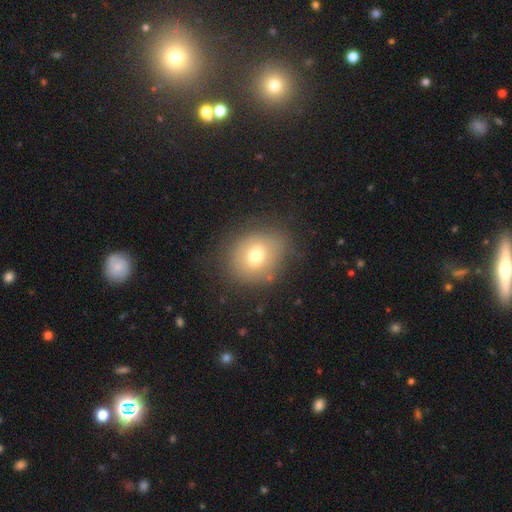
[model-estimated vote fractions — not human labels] smooth 68%, featured or disk 19%, star or artifact 12%. Down the decision tree: how rounded — round (74%); merging — none (72%).